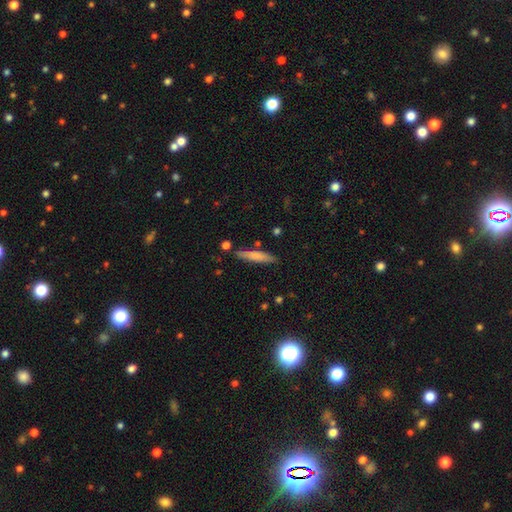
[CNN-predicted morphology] A smooth galaxy with no disk features (73%) that is cigar-shaped (87%).

Vote fractions:
- Smooth or featured? smooth: 73% / featured or disk: 21% / star or artifact: 6%
- How rounded? cigar-shaped: 87% / in between: 12% / round: 1%
- Merging? none: 83% / minor disturbance: 11% / merger: 4% / major disturbance: 2%